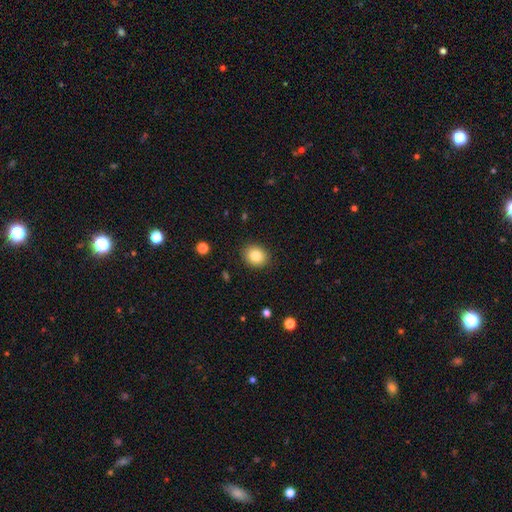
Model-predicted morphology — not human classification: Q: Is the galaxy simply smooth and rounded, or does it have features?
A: smooth — 83%.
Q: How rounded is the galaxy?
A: round — 68%.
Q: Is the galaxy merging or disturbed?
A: none — 89%.